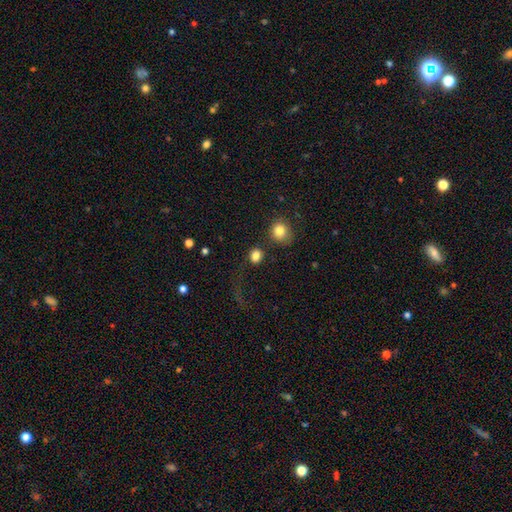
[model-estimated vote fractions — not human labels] Smooth or featured: smooth — 84% (star or artifact — 10%)
How rounded: round — 71% (in between — 28%)
Merging: none — 69% (minor disturbance — 11%)